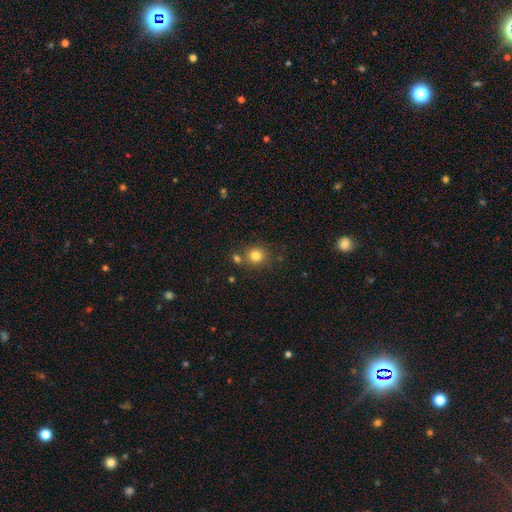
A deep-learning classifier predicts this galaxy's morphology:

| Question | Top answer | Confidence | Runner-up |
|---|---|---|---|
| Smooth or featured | smooth | 81% | star or artifact (12%) |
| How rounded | round | 87% | in between (12%) |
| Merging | none | 71% | merger (15%) |